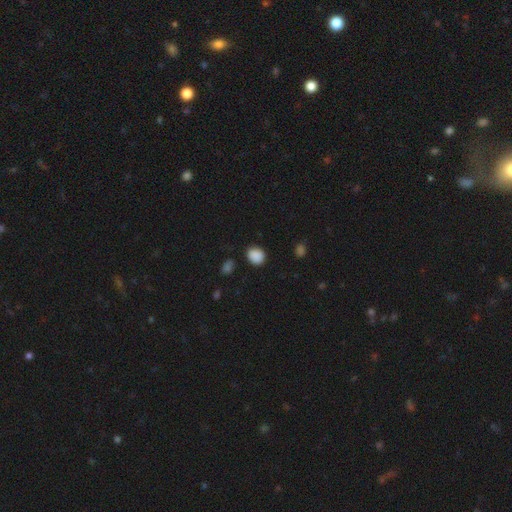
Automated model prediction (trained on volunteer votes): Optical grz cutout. It shows a smooth galaxy with no disk features (88%) that is round (62%). Merging: none (83%).